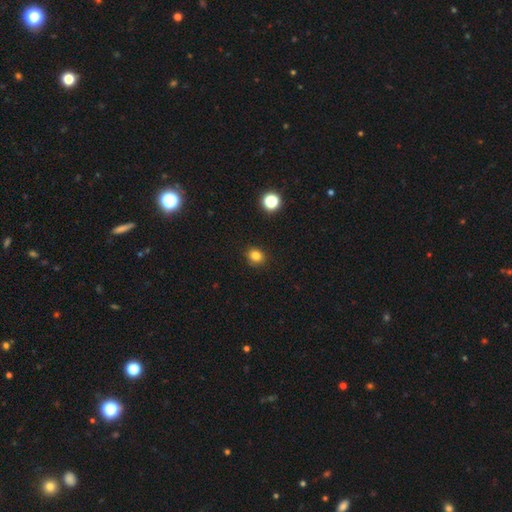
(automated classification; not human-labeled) Smooth or featured? smooth (82%)
How rounded? round (75%)
Merging? none (89%)